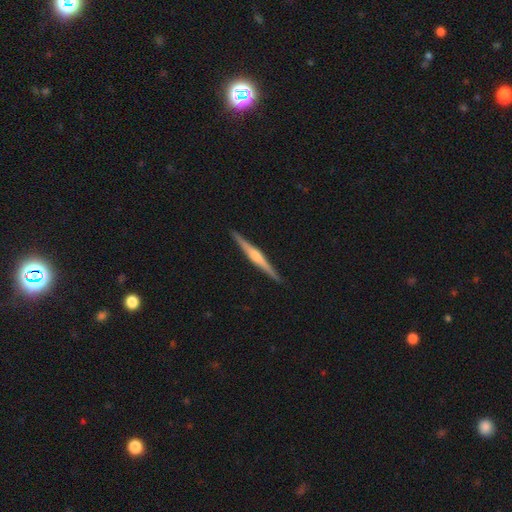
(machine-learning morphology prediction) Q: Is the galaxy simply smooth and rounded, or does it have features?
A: featured or disk — 80%.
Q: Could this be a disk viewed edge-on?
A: yes — 99%.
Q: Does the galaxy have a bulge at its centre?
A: rounded — 70%.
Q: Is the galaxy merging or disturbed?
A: none — 93%.